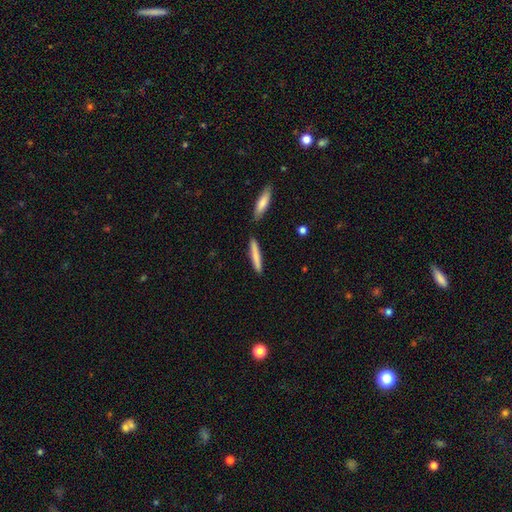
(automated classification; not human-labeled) Smooth or featured? Predicted: smooth (p=0.77). How rounded? Predicted: cigar-shaped (p=0.92). Merging? Predicted: none (p=0.84).